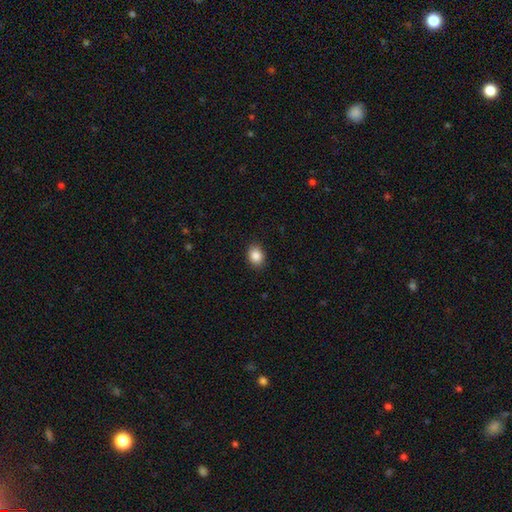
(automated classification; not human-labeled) Overall: smooth (87%). How rounded: in between (54%; round 45%). Merging: none (89%).